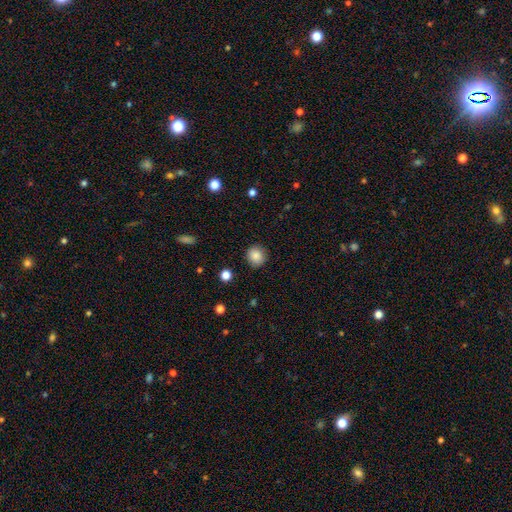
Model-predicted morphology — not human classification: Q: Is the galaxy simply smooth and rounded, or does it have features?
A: smooth — 85%.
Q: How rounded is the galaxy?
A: round — 85%.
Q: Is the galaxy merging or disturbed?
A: none — 88%.